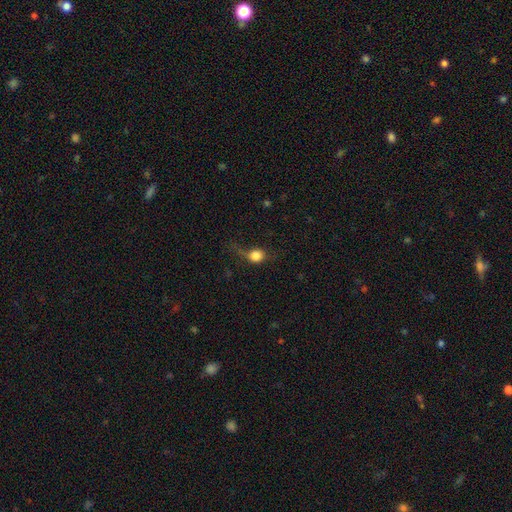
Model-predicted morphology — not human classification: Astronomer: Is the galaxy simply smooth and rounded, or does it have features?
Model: smooth — 74%.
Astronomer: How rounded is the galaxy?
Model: round — 76%.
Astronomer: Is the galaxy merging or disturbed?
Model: none — 39% (runner-up: major disturbance, 33%).